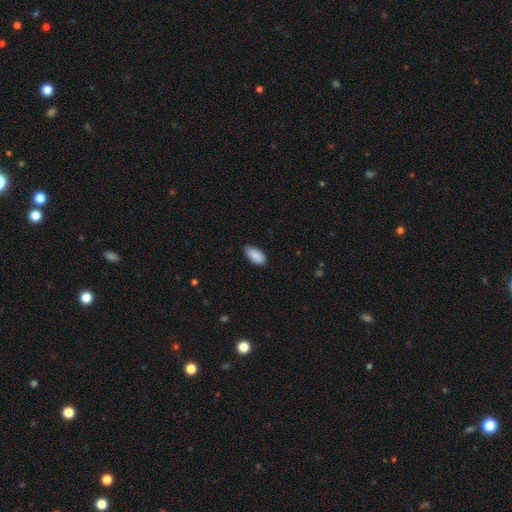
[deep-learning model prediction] This is clearly a smooth galaxy (90%). How rounded: clearly in between (93%). Merging: likely none (80%).